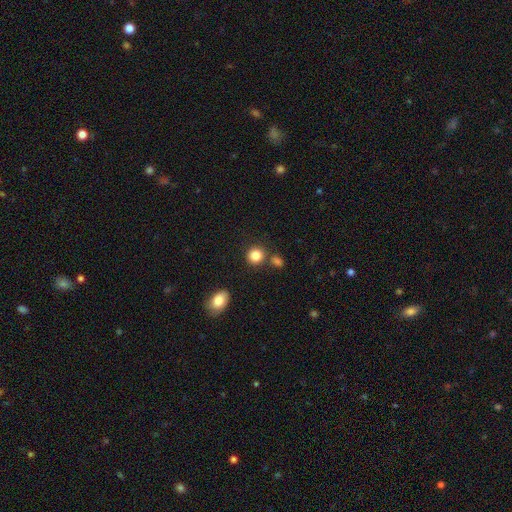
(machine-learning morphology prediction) Smooth or featured?
  - smooth: 85% *
  - star or artifact: 10%
  - featured or disk: 5%
How rounded?
  - round: 85% *
  - in between: 14%
  - cigar-shaped: 1%
Merging?
  - none: 77% *
  - merger: 10%
  - minor disturbance: 10%
  - major disturbance: 3%